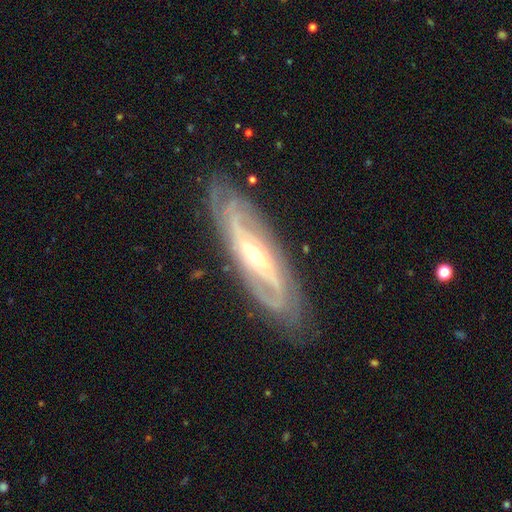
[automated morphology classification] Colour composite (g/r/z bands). It shows a featured or disk galaxy (87%) with no bar (39%), 2 (42%) tight (57%) spiral arms (95%) and a small central bulge (57%). Merging: none (83%).